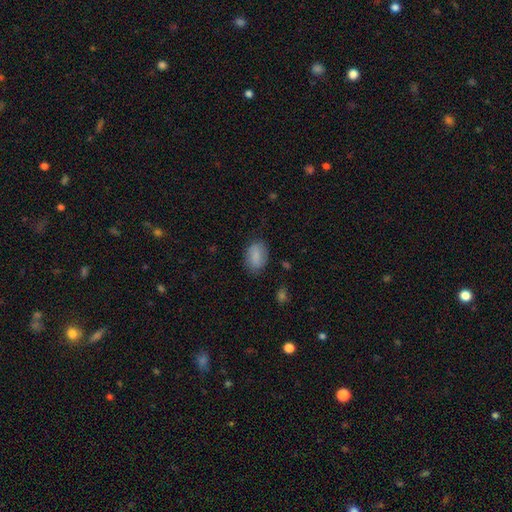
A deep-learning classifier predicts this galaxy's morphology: Overall: smooth (83%). How rounded: in between (84%). Merging: none (78%).